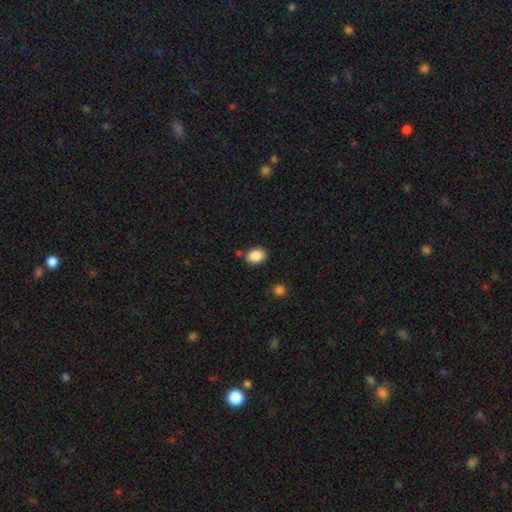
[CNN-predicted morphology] This appears to be a smooth galaxy with no disk features (88%) that is in between round and cigar-shaped (78%). Merging: none (80%).